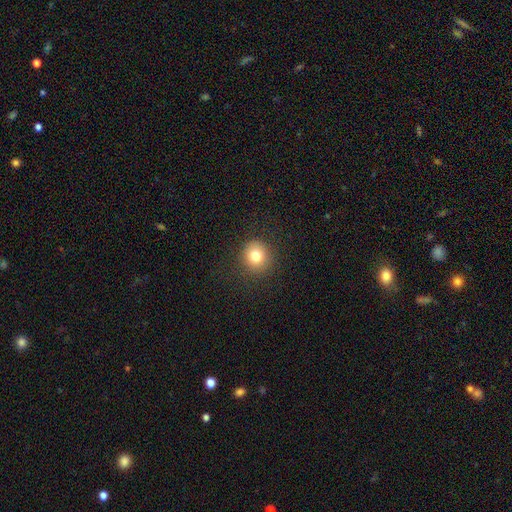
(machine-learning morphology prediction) A smooth galaxy with no disk features (79%) that is round (92%).

Vote fractions:
- Smooth or featured? smooth: 79% / star or artifact: 12% / featured or disk: 9%
- How rounded? round: 92% / in between: 7% / cigar-shaped: 1%
- Merging? none: 90% / minor disturbance: 6% / major disturbance: 3% / merger: 1%